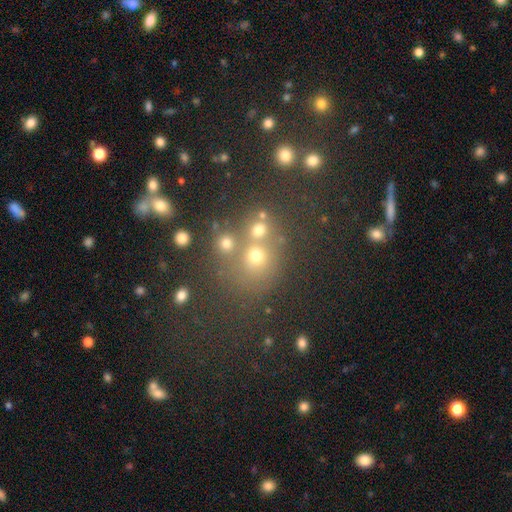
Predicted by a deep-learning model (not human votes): Q: Smooth or featured?
A: smooth (49%); runner-up: star or artifact (37%)
Q: Merging?
A: none (58%); runner-up: merger (26%)